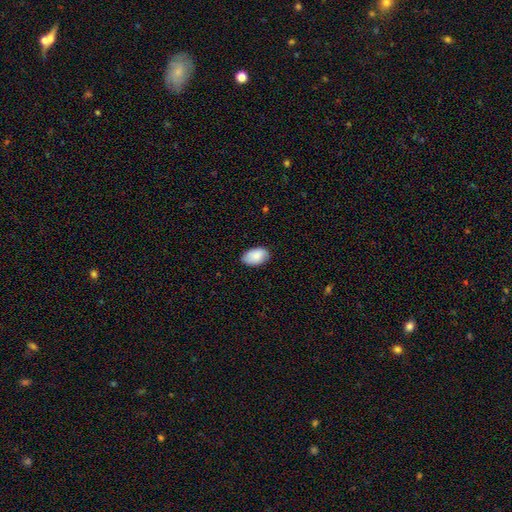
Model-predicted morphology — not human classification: smooth-or-featured: smooth: 86% | featured or disk: 7% | star or artifact: 6%
  how-rounded: in between: 92% | round: 6% | cigar-shaped: 1%
  merging: none: 81% | minor disturbance: 16% | major disturbance: 3% | merger: 1%